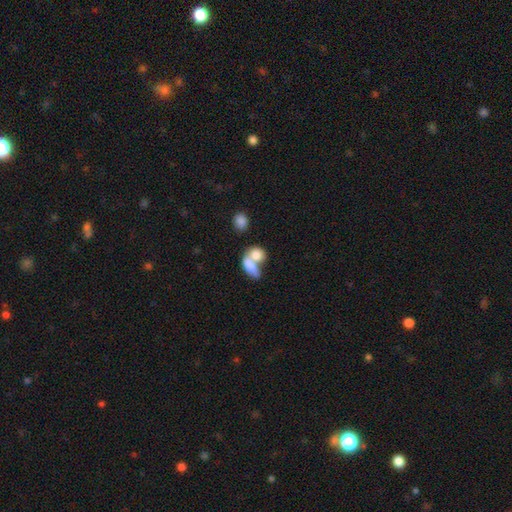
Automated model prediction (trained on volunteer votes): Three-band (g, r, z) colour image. It shows a smooth galaxy with no disk features (76%) that is in between round and cigar-shaped (74%). Merging: merger (70%).